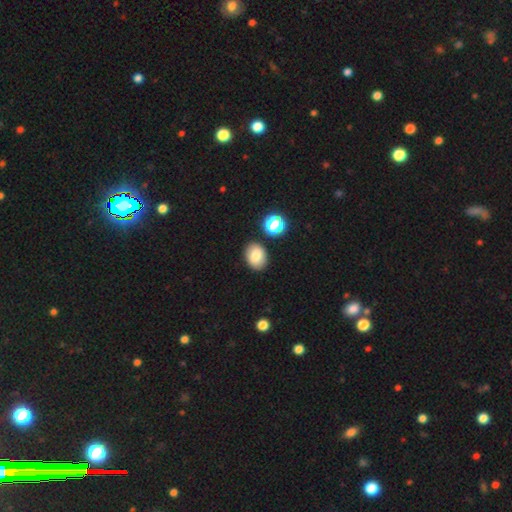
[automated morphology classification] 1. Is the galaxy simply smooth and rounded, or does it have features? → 82% smooth, 10% star or artifact, 9% featured or disk.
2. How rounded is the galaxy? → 66% in between, 33% round, 1% cigar-shaped.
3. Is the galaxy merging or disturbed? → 83% none, 10% minor disturbance, 4% merger, 3% major disturbance.